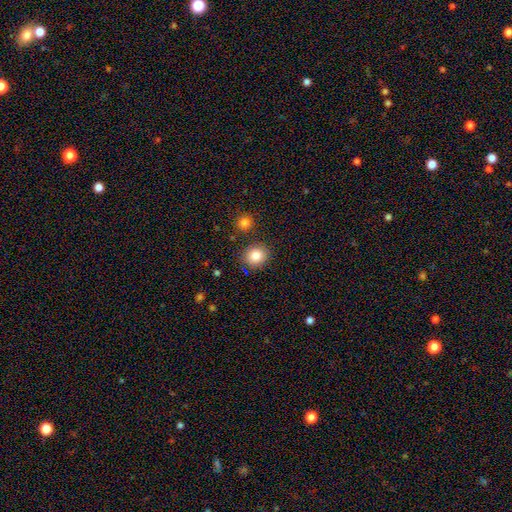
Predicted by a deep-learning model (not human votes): Overall: smooth (84%). How rounded: round (77%). Merging: none (84%).